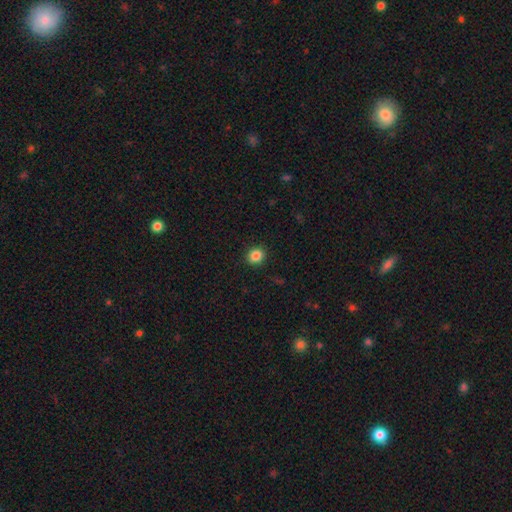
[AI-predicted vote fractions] This appears to be a smooth galaxy with no disk features (85%) that is round (87%). Merging: none (92%).